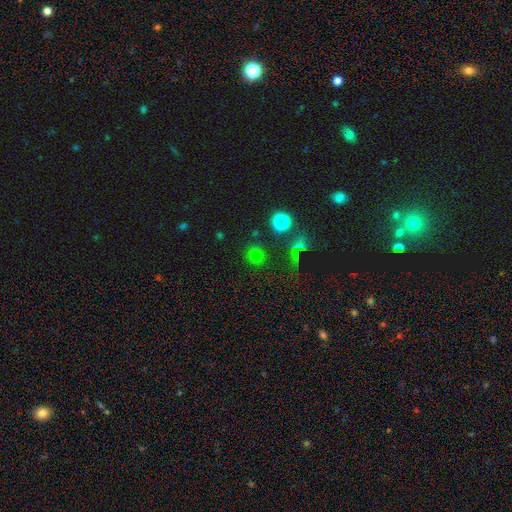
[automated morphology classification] The model was most divided on "smooth or featured": smooth: 46%, star or artifact: 45%, featured or disk: 8%. More confident: merging — none (79%).